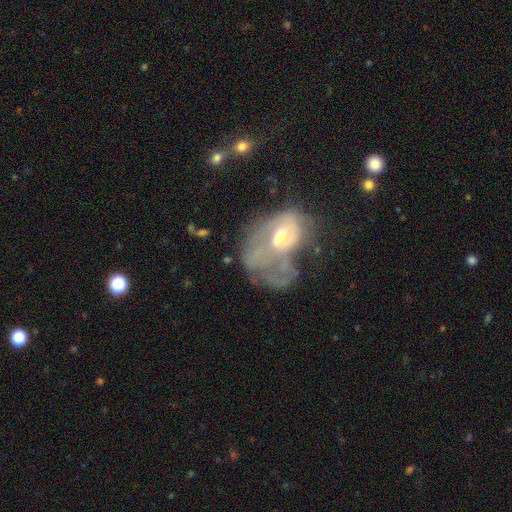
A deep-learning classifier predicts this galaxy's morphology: Overall: featured or disk (52%; smooth 38%). Edge-on disk: no (96%). Merging: major disturbance (48%; merger 28%).